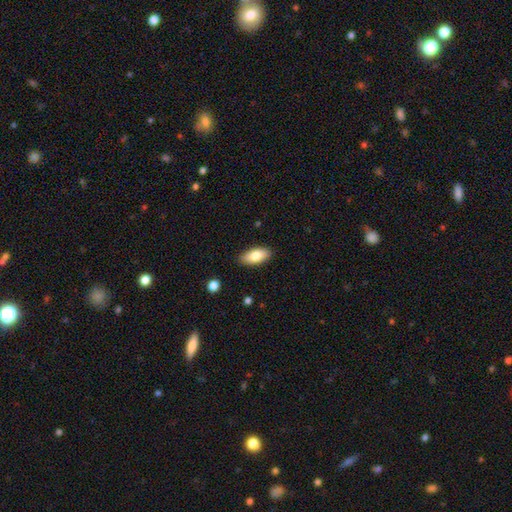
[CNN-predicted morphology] Smooth or featured? Predicted: smooth (p=0.80). How rounded? Predicted: in between (p=0.90). Merging? Predicted: none (p=0.87).